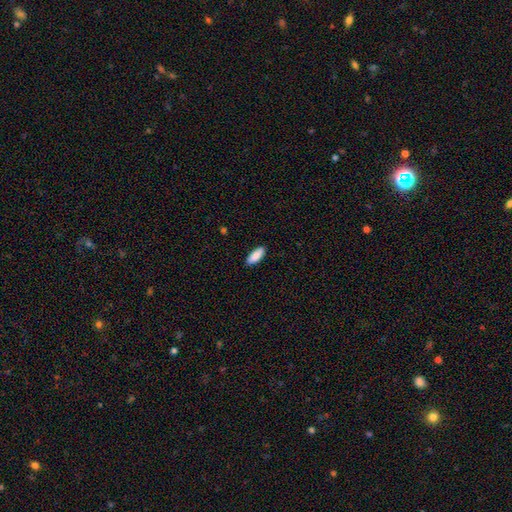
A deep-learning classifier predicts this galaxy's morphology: Smooth or featured?
  - smooth: 89% *
  - star or artifact: 6%
  - featured or disk: 6%
How rounded?
  - in between: 74% *
  - cigar-shaped: 25%
  - round: 2%
Merging?
  - none: 89% *
  - minor disturbance: 8%
  - major disturbance: 2%
  - merger: 1%